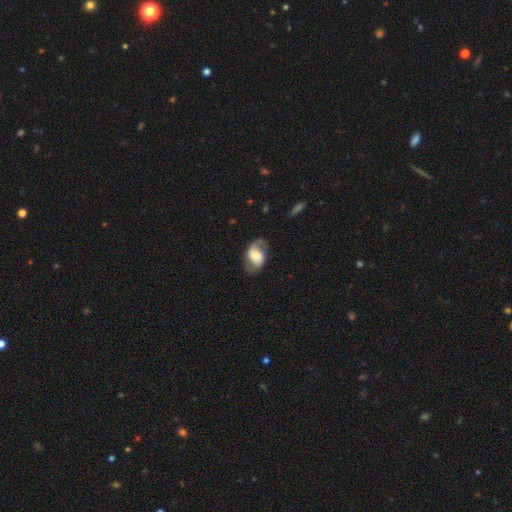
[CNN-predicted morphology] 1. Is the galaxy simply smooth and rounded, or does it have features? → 67% featured or disk, 26% smooth, 7% star or artifact.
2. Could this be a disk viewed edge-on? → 96% no, 4% yes.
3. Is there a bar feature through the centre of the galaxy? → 43% weak, 41% no, 17% strong.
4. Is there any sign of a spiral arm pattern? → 90% yes, 10% no.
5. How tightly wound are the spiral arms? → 43% loose, 41% medium, 16% tight.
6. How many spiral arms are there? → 79% 2, 13% 1, 5% can't tell, 1% 3, 1% 4, 1% more than 4.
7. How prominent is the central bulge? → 43% moderate, 25% large, 23% small, 5% none, 4% dominant.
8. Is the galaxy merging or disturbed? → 68% none, 20% minor disturbance, 11% major disturbance, 1% merger.